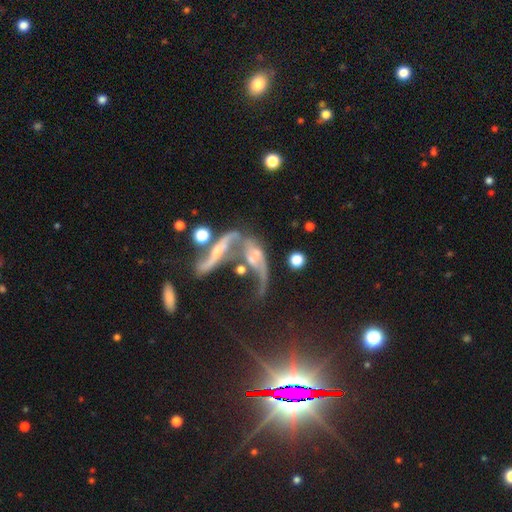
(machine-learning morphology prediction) Smooth or featured? featured or disk (67%)
Edge-on disk? no (84%)
Bar? no (65%)
Spiral arms? yes (57%)
Bulge size? small (40%)
Merging? merger (50%)